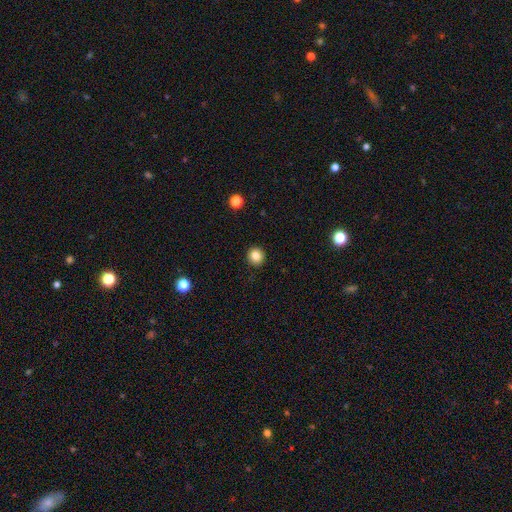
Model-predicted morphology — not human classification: Smooth or featured?
  - smooth: 84% *
  - star or artifact: 11%
  - featured or disk: 5%
How rounded?
  - round: 93% *
  - in between: 6%
  - cigar-shaped: 1%
Merging?
  - none: 93% *
  - minor disturbance: 5%
  - major disturbance: 2%
  - merger: 1%